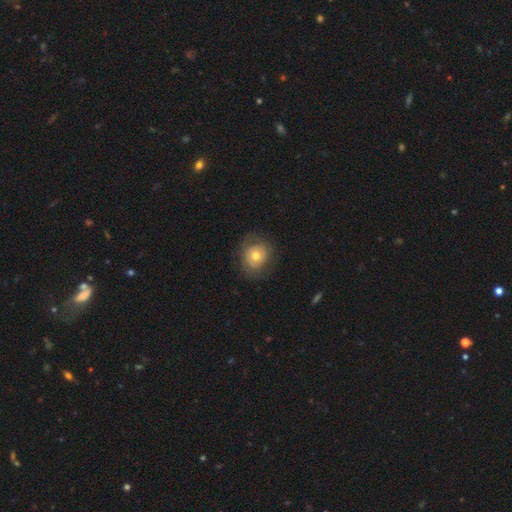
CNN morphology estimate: A smooth galaxy with no disk features (57%) that is round (74%). Merging: none (71%).